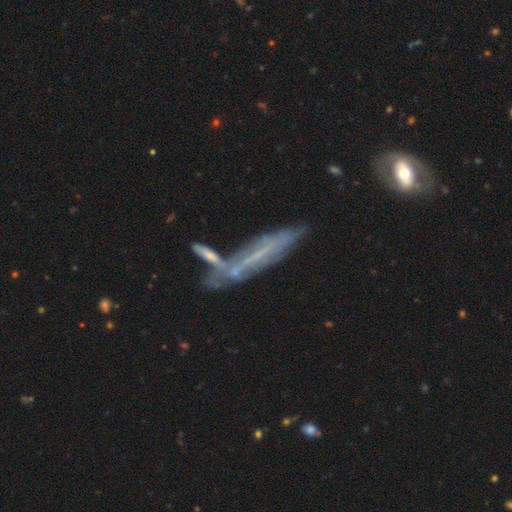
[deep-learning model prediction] This is possibly a featured or disk galaxy (57%). It is possibly viewed edge-on (60%). Merging: possibly none (46%).